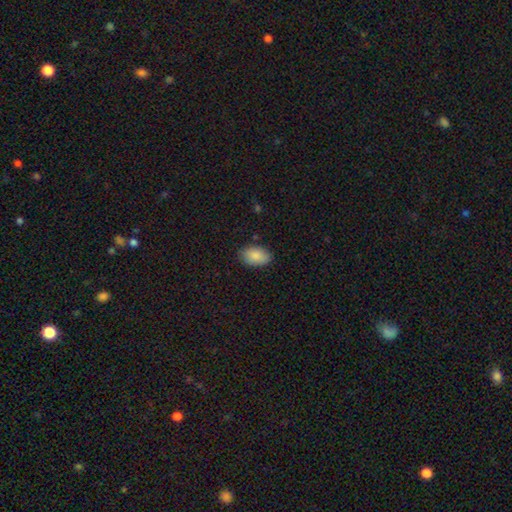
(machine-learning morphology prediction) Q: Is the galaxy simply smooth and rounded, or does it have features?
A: smooth — 87%.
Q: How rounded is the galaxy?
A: in between — 90%.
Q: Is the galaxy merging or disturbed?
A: none — 84%.